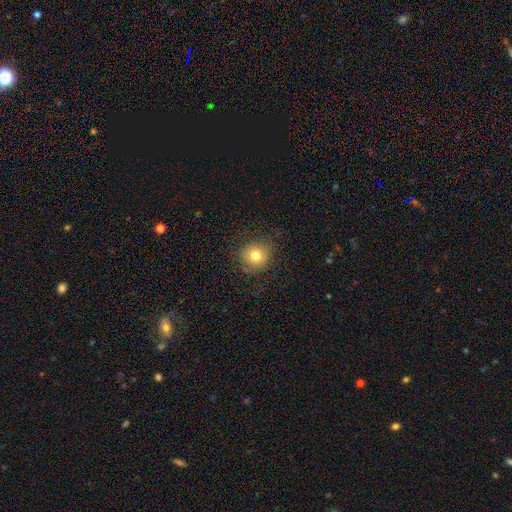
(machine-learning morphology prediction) Smooth or featured? smooth (77%)
How rounded? round (89%)
Merging? none (82%)